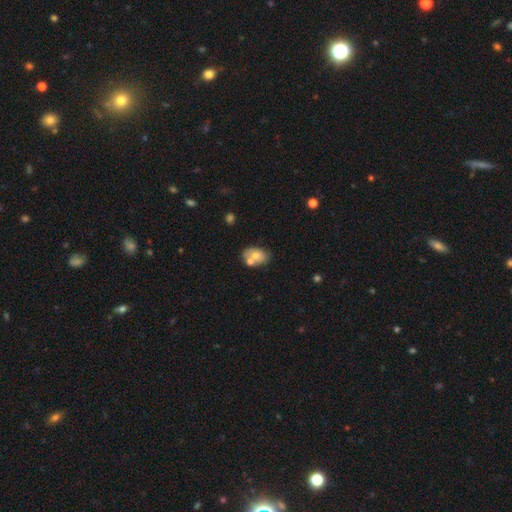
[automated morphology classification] This appears to be a smooth galaxy with no disk features (64%) that is in between round and cigar-shaped (83%). Merging: none (52%).